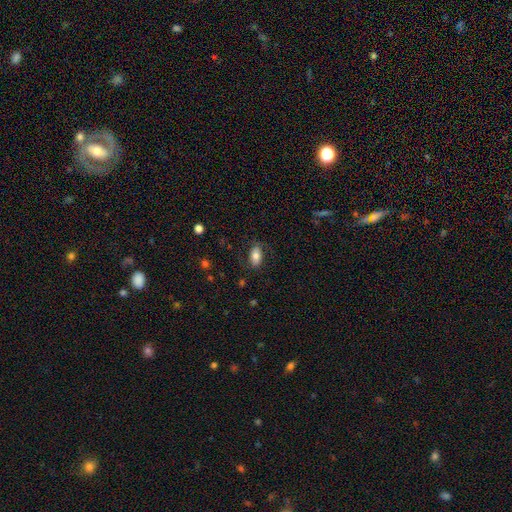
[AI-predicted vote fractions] Overall: smooth (76%). How rounded: in between (91%). Merging: none (77%).